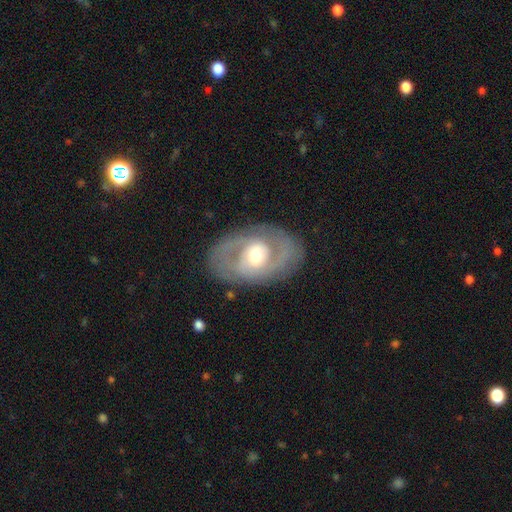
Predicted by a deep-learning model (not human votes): Q: Smooth or featured?
A: featured or disk (76%); runner-up: smooth (18%)
Q: Edge-on disk?
A: no (95%); runner-up: yes (5%)
Q: Bar?
A: no (47%); runner-up: weak (38%)
Q: Spiral arms?
A: yes (75%); runner-up: no (25%)
Q: Spiral winding?
A: medium (44%); runner-up: tight (39%)
Q: Spiral arm count?
A: 2 (79%); runner-up: can't tell (13%)
Q: Bulge size?
A: moderate (67%); runner-up: small (15%)
Q: Merging?
A: none (81%); runner-up: minor disturbance (12%)